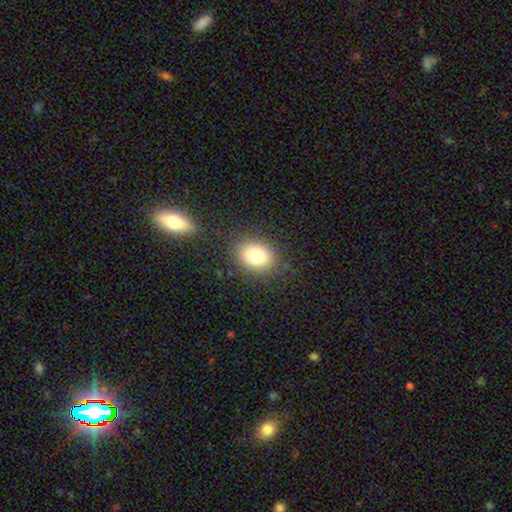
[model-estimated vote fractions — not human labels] smooth-or-featured: smooth: 79% | star or artifact: 10% | featured or disk: 10%
  how-rounded: in between: 57% | round: 42% | cigar-shaped: 1%
  merging: none: 84% | minor disturbance: 10% | major disturbance: 4% | merger: 2%